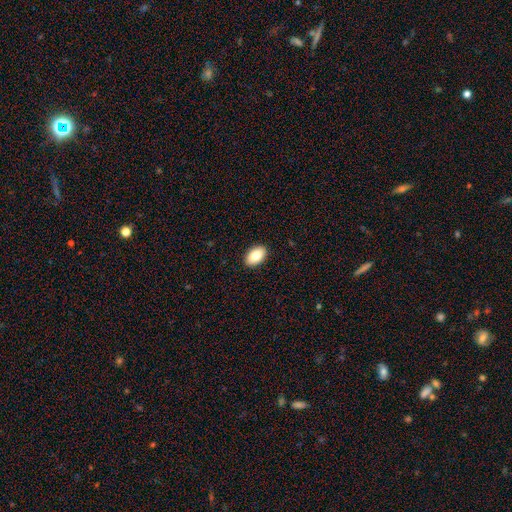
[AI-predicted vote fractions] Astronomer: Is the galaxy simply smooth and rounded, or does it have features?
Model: smooth — 82%.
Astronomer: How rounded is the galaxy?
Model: in between — 91%.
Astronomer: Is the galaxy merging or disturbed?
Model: none — 91%.